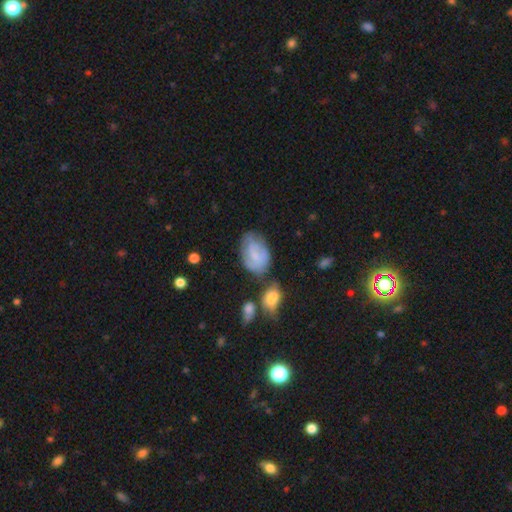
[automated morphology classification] Overall: smooth (47%; featured or disk 45%). Merging: none (52%; minor disturbance 25%).